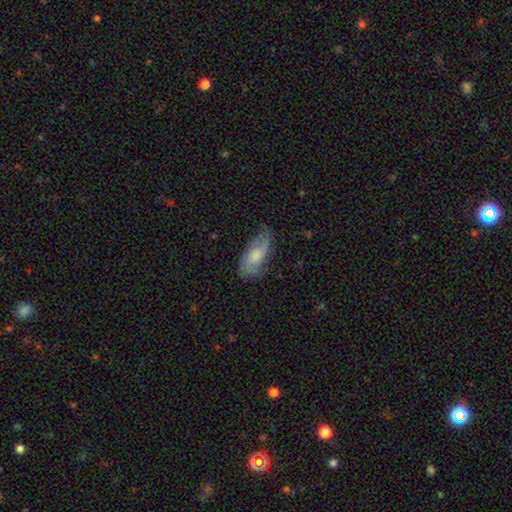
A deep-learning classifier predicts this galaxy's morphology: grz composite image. It shows a smooth galaxy with no disk features (47%). Merging: none (65%).